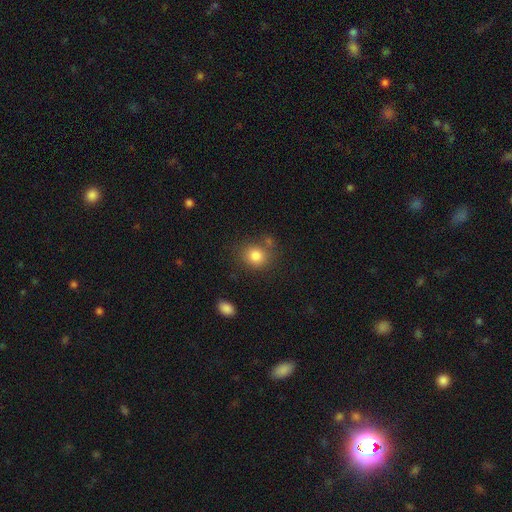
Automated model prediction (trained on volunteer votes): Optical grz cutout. It shows a smooth galaxy with no disk features (82%) that is round (75%). Merging: none (71%).